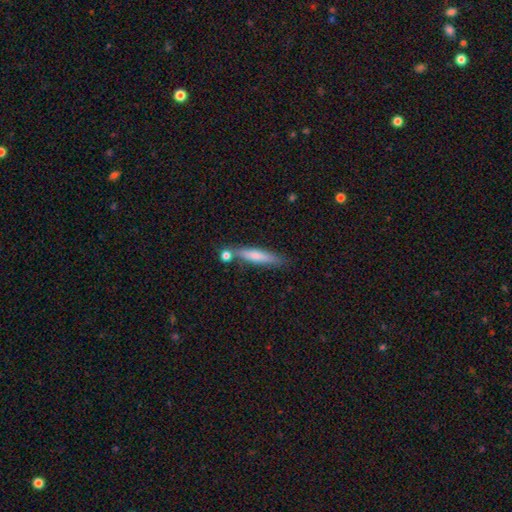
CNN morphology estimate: smooth 66%, featured or disk 27%, star or artifact 7%. Down the decision tree: how rounded — cigar-shaped (88%); merging — none (69%).